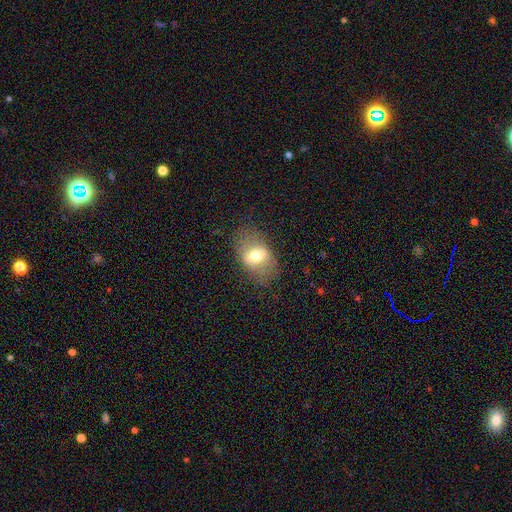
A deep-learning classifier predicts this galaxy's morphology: A smooth galaxy with no disk features (58%) that is in between round and cigar-shaped (80%).

Vote fractions:
- Smooth or featured? smooth: 58% / featured or disk: 32% / star or artifact: 9%
- How rounded? in between: 80% / round: 19% / cigar-shaped: 2%
- Merging? none: 74% / minor disturbance: 16% / major disturbance: 9% / merger: 1%